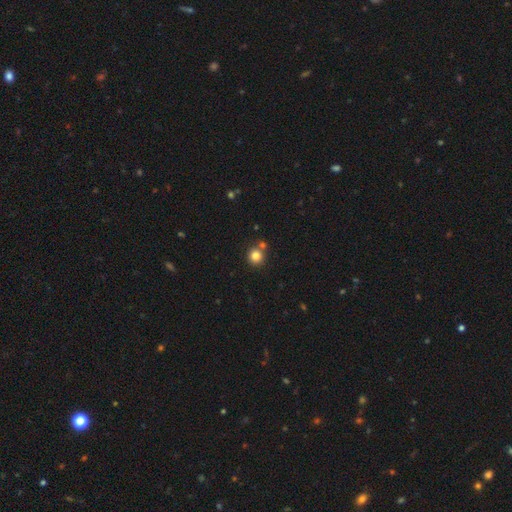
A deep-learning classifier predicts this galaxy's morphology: A smooth galaxy with no disk features (82%) that is round (92%). Merging: none (73%).